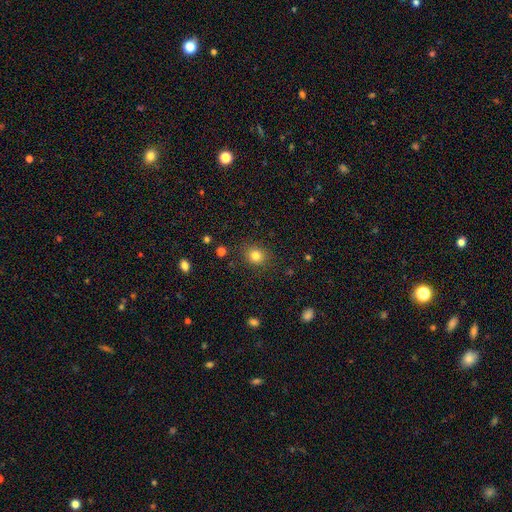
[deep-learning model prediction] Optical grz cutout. It shows a smooth galaxy with no disk features (82%) that is round (76%). Merging: none (87%).